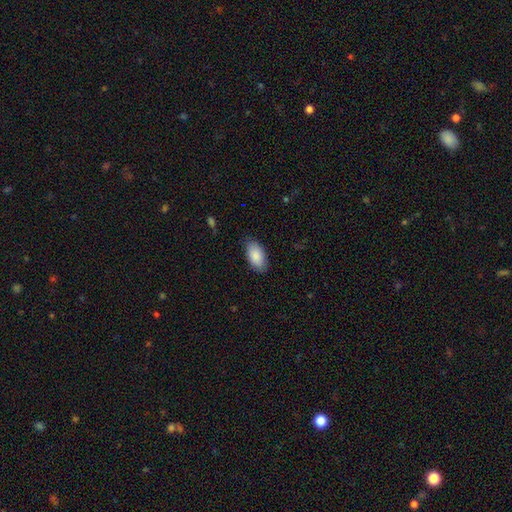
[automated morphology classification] The model was most divided on "merging": none: 82%, minor disturbance: 14%, major disturbance: 3%, merger: 1%. More confident: how rounded — in between (95%); smooth or featured — smooth (88%).